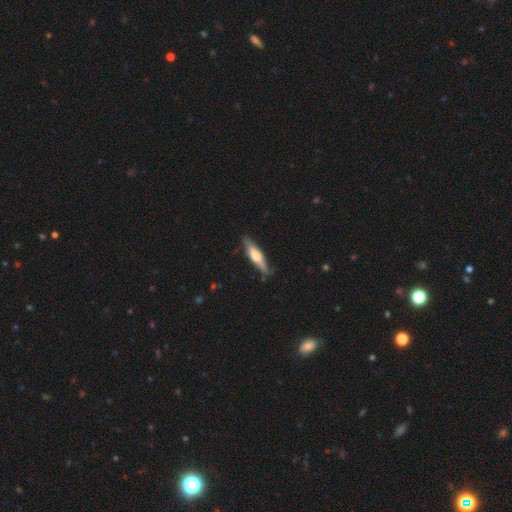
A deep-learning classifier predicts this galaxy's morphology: smooth_or_featured: featured or disk (p=0.51) [alt: smooth p=0.44]
disk_edge_on: yes (p=0.89) [alt: no p=0.11]
merging: none (p=0.79) [alt: minor disturbance p=0.16]